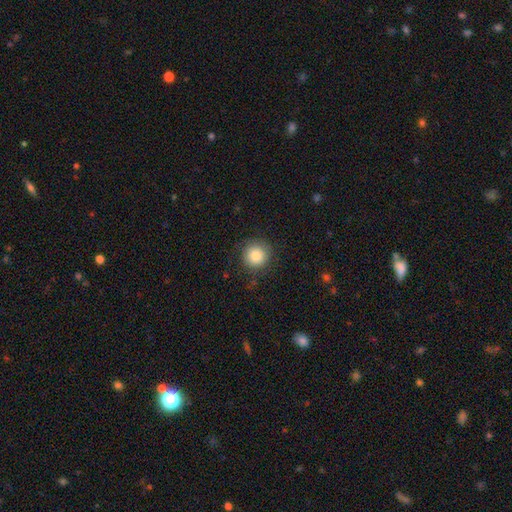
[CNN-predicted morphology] smooth-or-featured: smooth: 81% | star or artifact: 9% | featured or disk: 9%
  how-rounded: round: 95% | in between: 4% | cigar-shaped: 1%
  merging: none: 84% | minor disturbance: 11% | major disturbance: 4% | merger: 1%